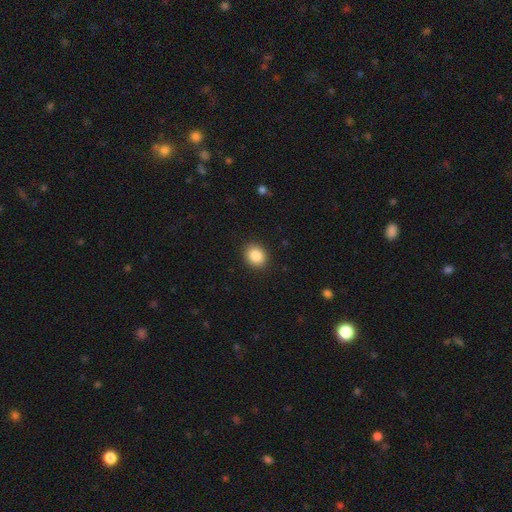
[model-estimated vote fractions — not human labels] Smooth or featured? Predicted: smooth (p=0.87). How rounded? Predicted: round (p=0.61). Merging? Predicted: none (p=0.90).